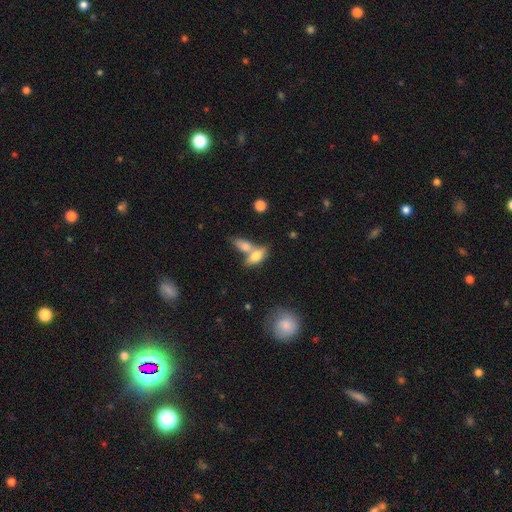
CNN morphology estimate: Smooth or featured? Predicted: smooth (p=0.74). How rounded? Predicted: in between (p=0.82). Merging? Predicted: merger (p=0.51).